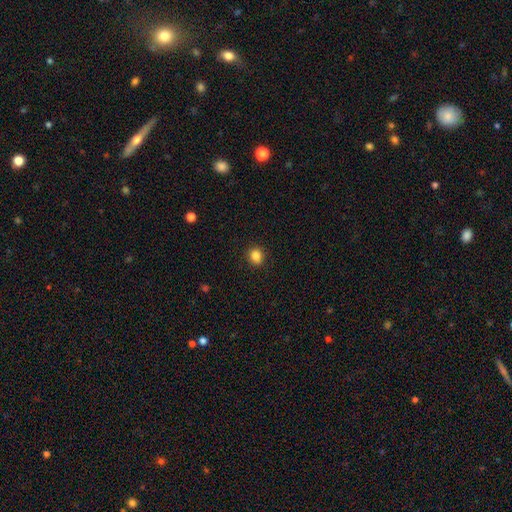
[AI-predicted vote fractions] This appears to be a smooth galaxy with no disk features (85%) that is round (78%). Merging: none (90%).